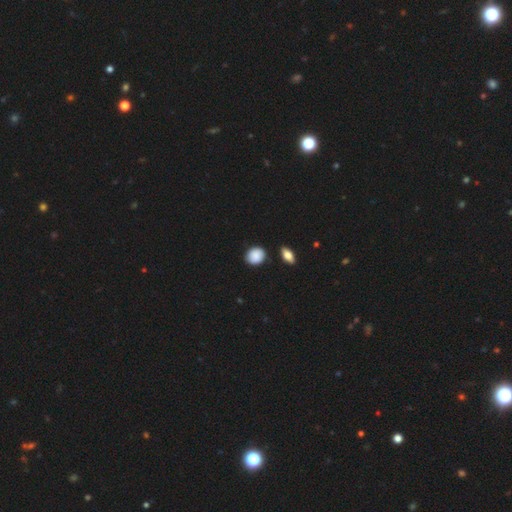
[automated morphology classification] smooth_or_featured: smooth (p=0.87) [alt: star or artifact p=0.08]
how_rounded: round (p=0.59) [alt: in between p=0.40]
merging: none (p=0.81) [alt: minor disturbance p=0.14]